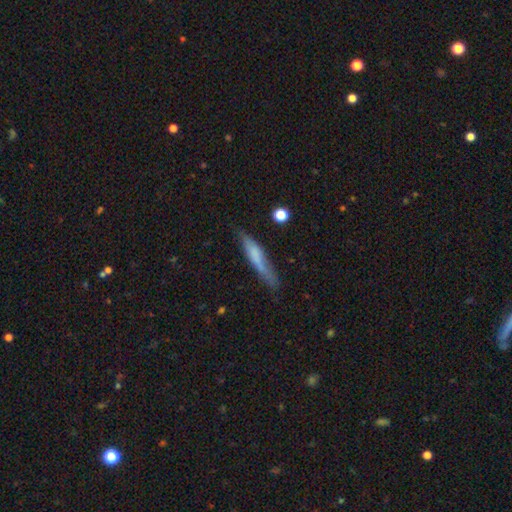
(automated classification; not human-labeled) smooth_or_featured: smooth (p=0.60) [alt: featured or disk p=0.33]
how_rounded: cigar-shaped (p=0.88) [alt: in between p=0.10]
merging: none (p=0.66) [alt: minor disturbance p=0.24]